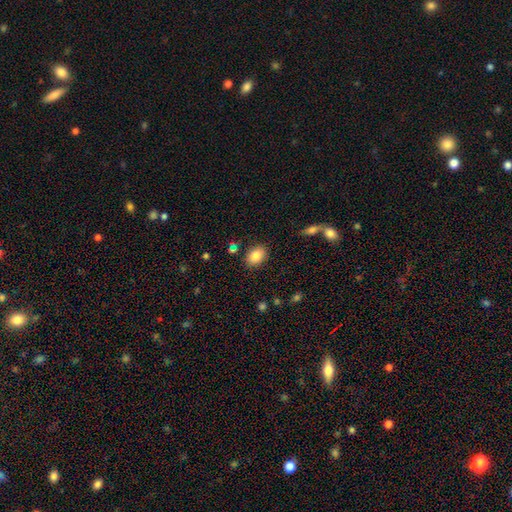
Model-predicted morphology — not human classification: Smooth or featured: smooth — 84% (star or artifact — 8%)
How rounded: in between — 79% (round — 20%)
Merging: none — 84% (minor disturbance — 10%)